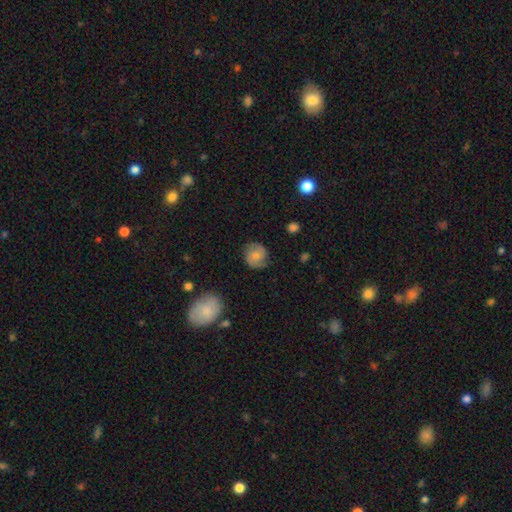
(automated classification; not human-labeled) Smooth or featured: featured or disk — 49% (smooth — 43%)
Merging: none — 73% (minor disturbance — 19%)